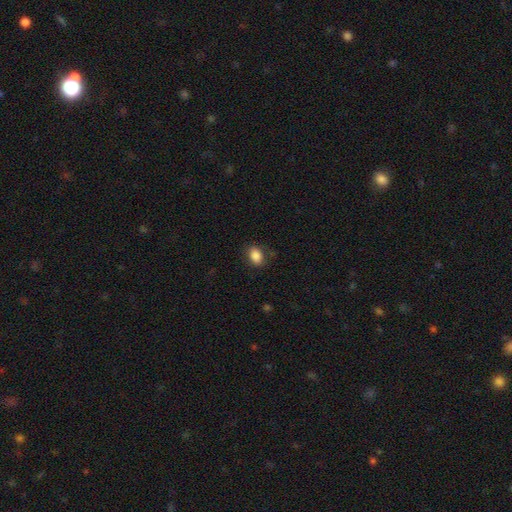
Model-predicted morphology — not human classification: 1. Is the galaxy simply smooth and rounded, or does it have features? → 86% smooth, 9% star or artifact, 6% featured or disk.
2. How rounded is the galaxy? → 78% in between, 21% round, 1% cigar-shaped.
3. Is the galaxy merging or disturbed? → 81% none, 14% minor disturbance, 4% major disturbance, 1% merger.